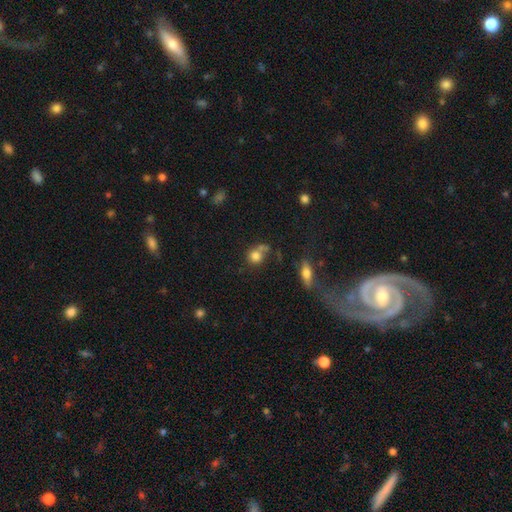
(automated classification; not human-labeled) The model was most divided on "merging": none: 49%, merger: 28%, minor disturbance: 15%, major disturbance: 8%. More confident: smooth or featured — smooth (79%); how rounded — round (79%).